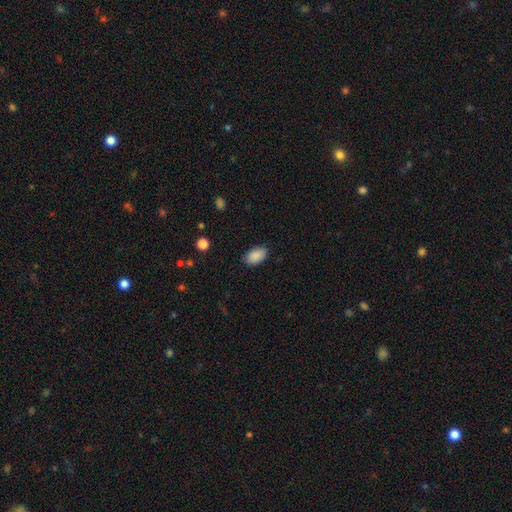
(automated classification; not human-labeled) smooth_or_featured: smooth (p=0.89) [alt: star or artifact p=0.07]
how_rounded: in between (p=0.93) [alt: round p=0.06]
merging: none (p=0.84) [alt: minor disturbance p=0.12]